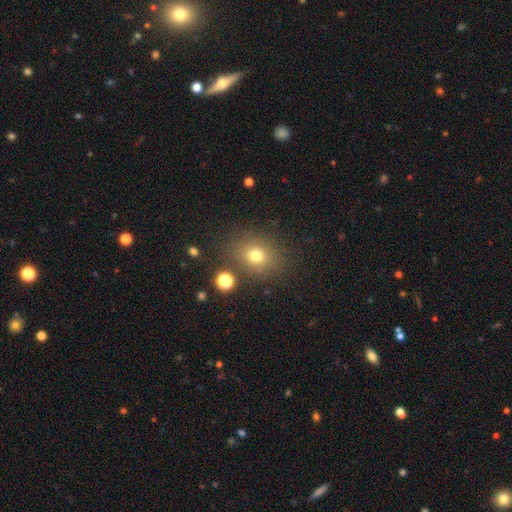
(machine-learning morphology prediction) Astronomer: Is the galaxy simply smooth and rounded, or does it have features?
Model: smooth — 74%.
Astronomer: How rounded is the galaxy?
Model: round — 62% (runner-up: in between, 37%).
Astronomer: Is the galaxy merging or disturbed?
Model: none — 81%.